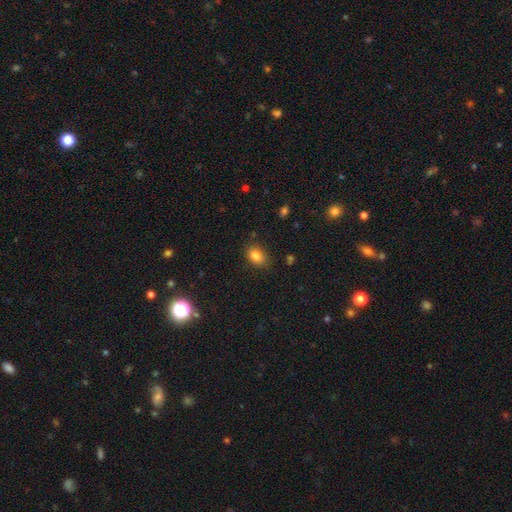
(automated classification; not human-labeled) This is clearly a smooth galaxy (84%). How rounded: likely in between (79%). Merging: clearly none (81%).